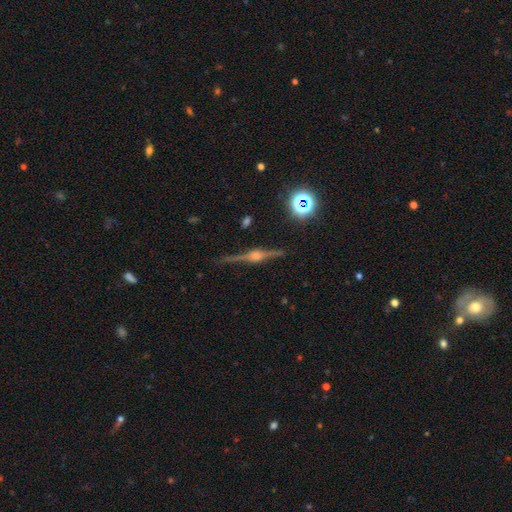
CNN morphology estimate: This is clearly a featured or disk galaxy (86%). It is clearly viewed edge-on (98%). Edge-on bulge: clearly rounded (91%). Merging: clearly none (89%).